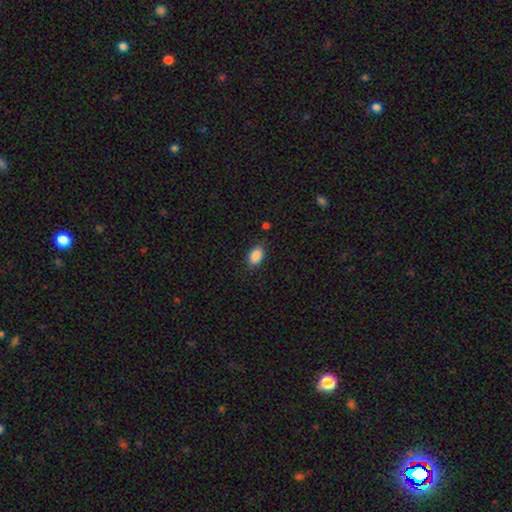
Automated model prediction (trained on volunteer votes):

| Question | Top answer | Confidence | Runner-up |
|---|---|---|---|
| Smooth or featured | smooth | 89% | star or artifact (8%) |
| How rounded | in between | 88% | round (11%) |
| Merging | none | 84% | minor disturbance (12%) |